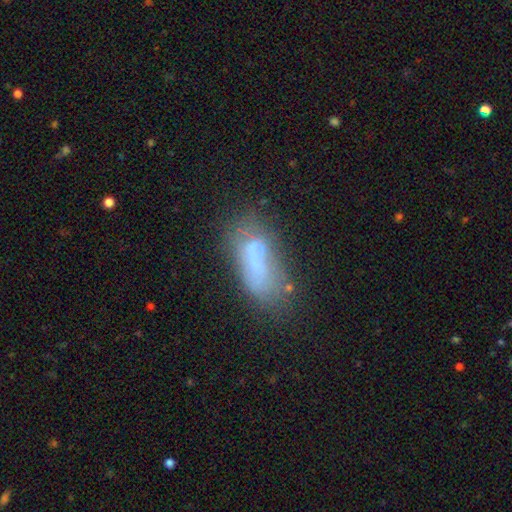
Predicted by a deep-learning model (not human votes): Smooth or featured?
  - smooth: 55% *
  - featured or disk: 33%
  - star or artifact: 12%
How rounded?
  - in between: 77% *
  - cigar-shaped: 20%
  - round: 3%
Merging?
  - none: 40% *
  - minor disturbance: 26%
  - major disturbance: 21%
  - merger: 13%